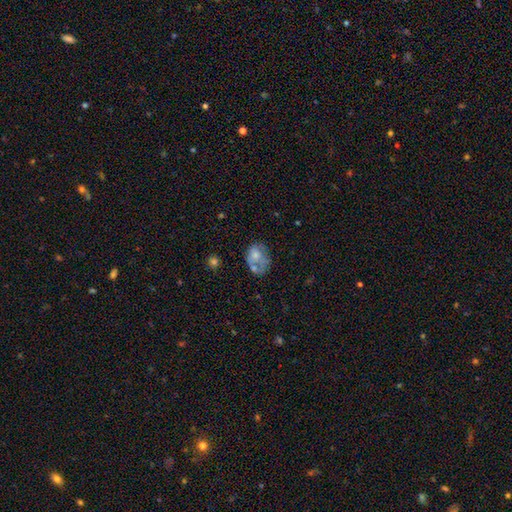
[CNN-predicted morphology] type=smooth (57%); roundness=in between (69%); merging=none (34%).